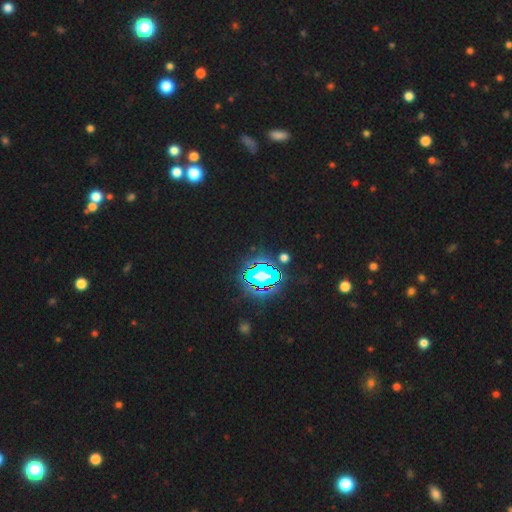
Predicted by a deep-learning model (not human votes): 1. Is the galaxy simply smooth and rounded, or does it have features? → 82% star or artifact, 11% smooth, 7% featured or disk.